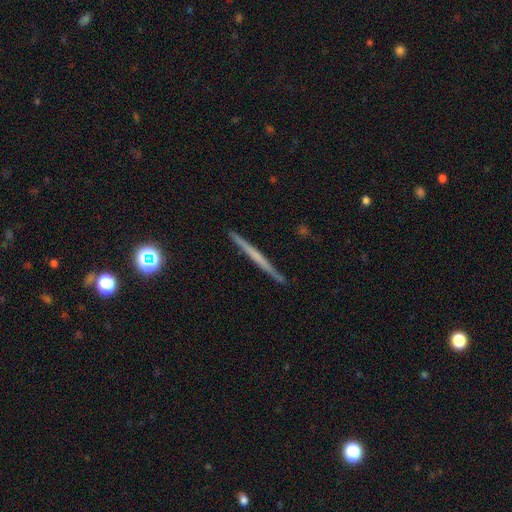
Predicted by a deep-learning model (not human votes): Smooth or featured?
  - featured or disk: 58% *
  - smooth: 34%
  - star or artifact: 8%
Edge-on disk?
  - yes: 97% *
  - no: 3%
Edge-on bulge?
  - none: 84% *
  - rounded: 11%
  - boxy: 5%
Merging?
  - none: 92% *
  - minor disturbance: 6%
  - major disturbance: 1%
  - merger: 1%